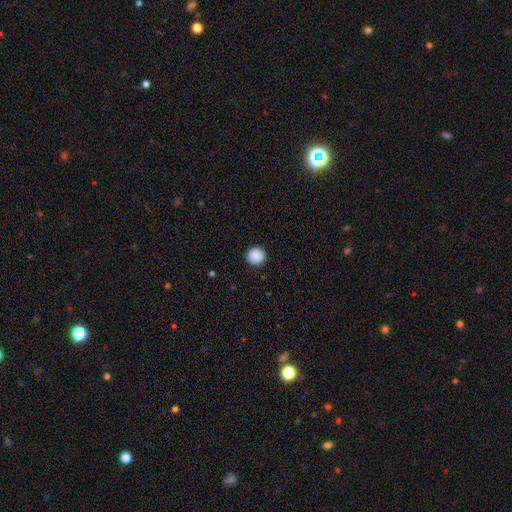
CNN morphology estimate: smooth-or-featured: smooth: 90% | star or artifact: 8% | featured or disk: 2%
  how-rounded: round: 94% | in between: 5% | cigar-shaped: 1%
  merging: none: 92% | minor disturbance: 5% | major disturbance: 2% | merger: 1%